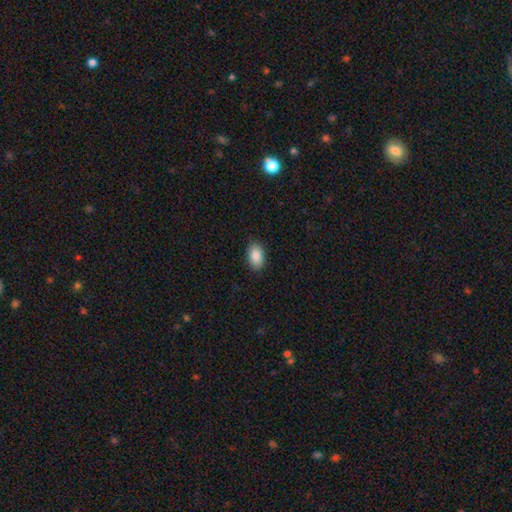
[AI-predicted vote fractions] smooth 88%, star or artifact 7%, featured or disk 5%. Down the decision tree: how rounded — in between (92%); merging — none (88%).